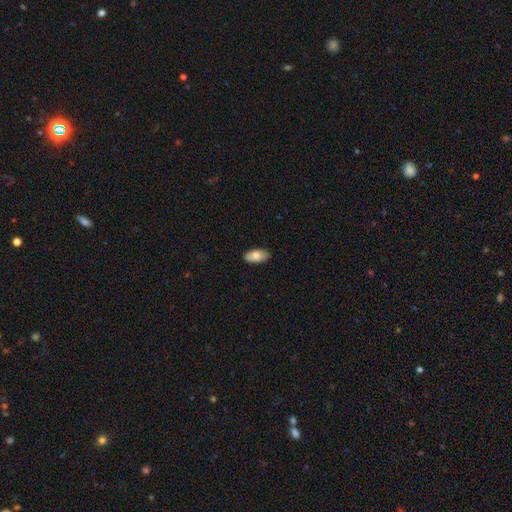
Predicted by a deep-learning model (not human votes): Smooth or featured? Predicted: smooth (p=0.80). How rounded? Predicted: in between (p=0.93). Merging? Predicted: none (p=0.87).